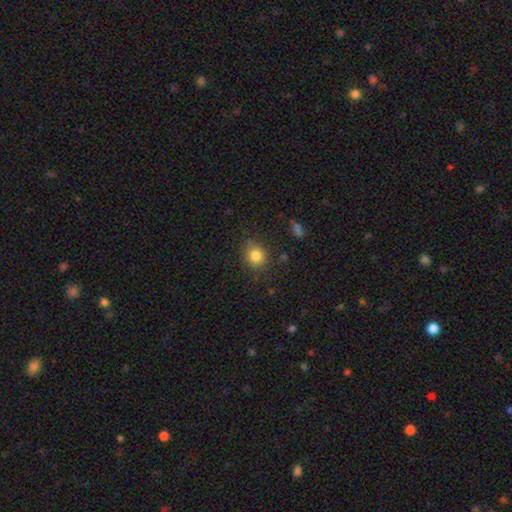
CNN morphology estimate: type=smooth (82%); roundness=round (83%); merging=none (83%).